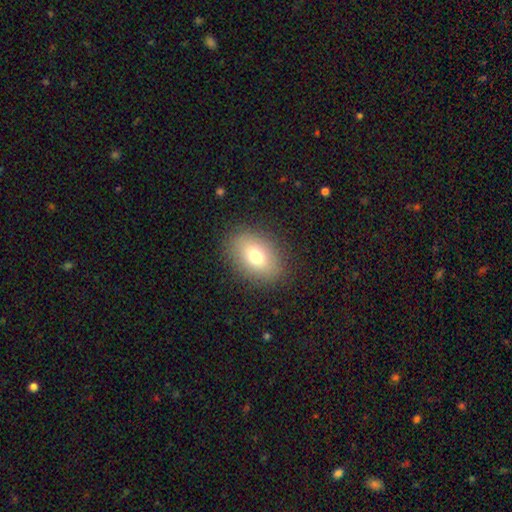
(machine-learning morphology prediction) Smooth or featured?
  - smooth: 75% *
  - featured or disk: 16%
  - star or artifact: 10%
How rounded?
  - in between: 83% *
  - round: 16%
  - cigar-shaped: 1%
Merging?
  - none: 86% *
  - minor disturbance: 9%
  - major disturbance: 3%
  - merger: 1%